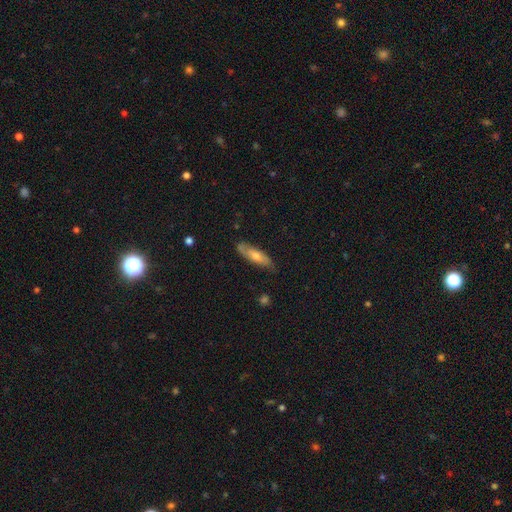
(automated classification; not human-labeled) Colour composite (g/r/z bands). It shows a featured or disk galaxy (47%). Merging: none (78%).